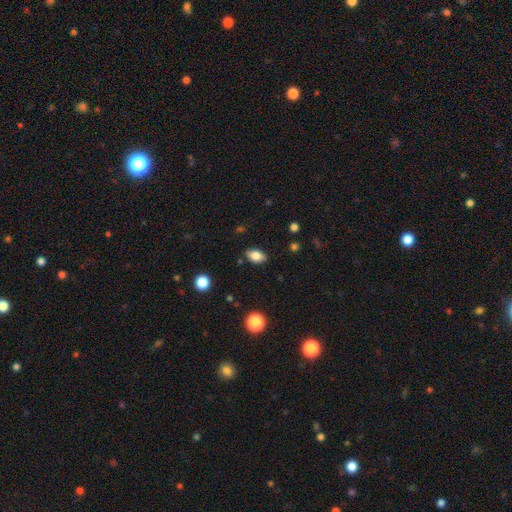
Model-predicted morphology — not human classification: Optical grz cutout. It shows a smooth galaxy with no disk features (82%) that is in between round and cigar-shaped (87%). Merging: none (85%).